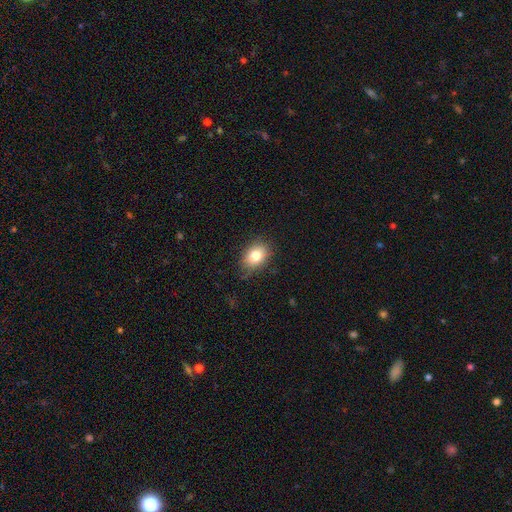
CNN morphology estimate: Smooth or featured: smooth — 80% (featured or disk — 11%)
How rounded: in between — 75% (round — 24%)
Merging: none — 74% (minor disturbance — 21%)